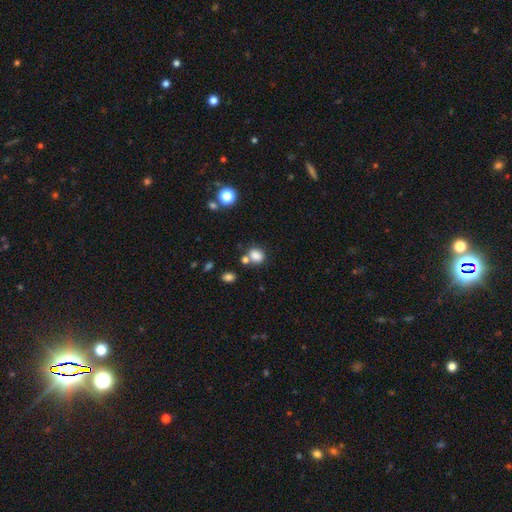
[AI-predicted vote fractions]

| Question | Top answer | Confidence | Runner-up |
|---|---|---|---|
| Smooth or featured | smooth | 82% | star or artifact (12%) |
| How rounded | round | 58% | in between (41%) |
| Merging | none | 61% | merger (21%) |